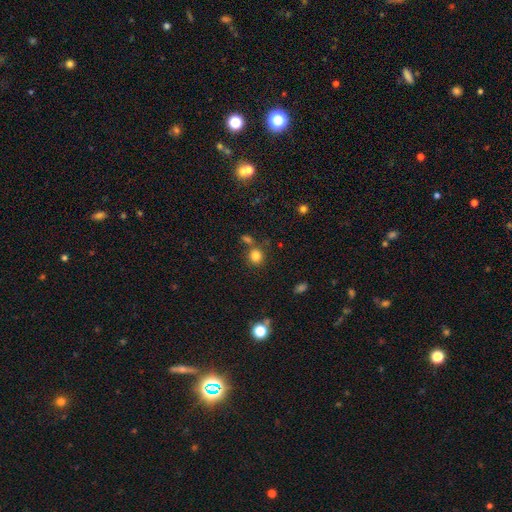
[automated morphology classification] A smooth galaxy with no disk features (82%) that is round (84%).

Vote fractions:
- Smooth or featured? smooth: 82% / star or artifact: 13% / featured or disk: 6%
- How rounded? round: 84% / in between: 15% / cigar-shaped: 1%
- Merging? none: 71% / merger: 16% / minor disturbance: 10% / major disturbance: 4%